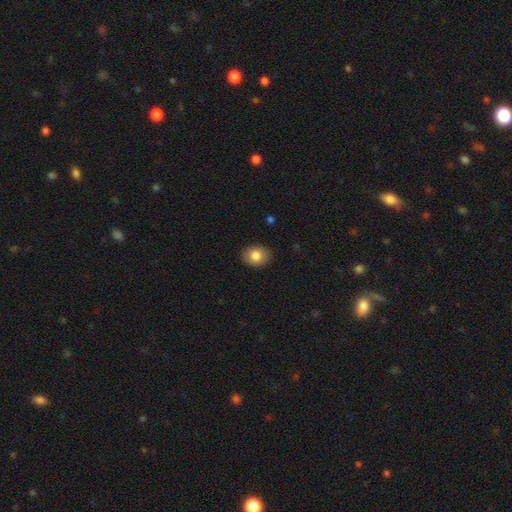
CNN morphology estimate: Smooth or featured? Predicted: smooth (p=0.84). How rounded? Predicted: in between (p=0.60). Merging? Predicted: none (p=0.89).